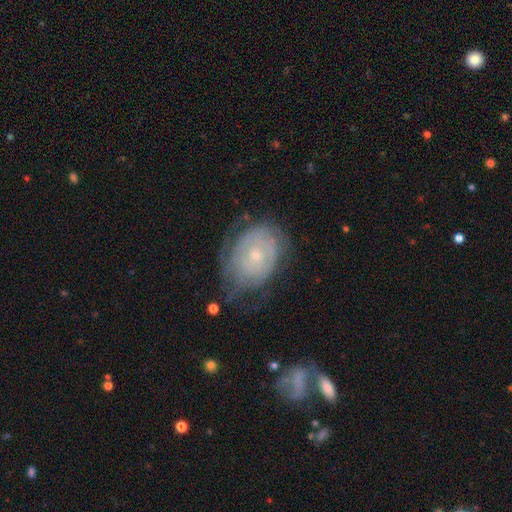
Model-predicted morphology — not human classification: Overall: featured or disk (69%). Edge-on disk: no (96%). Bar: no (79%). Spiral arms: yes (79%). Spiral arm count: can't tell (60%). Spiral winding: tight (74%). Bulge size: small (72%). Merging: none (55%; minor disturbance 28%).